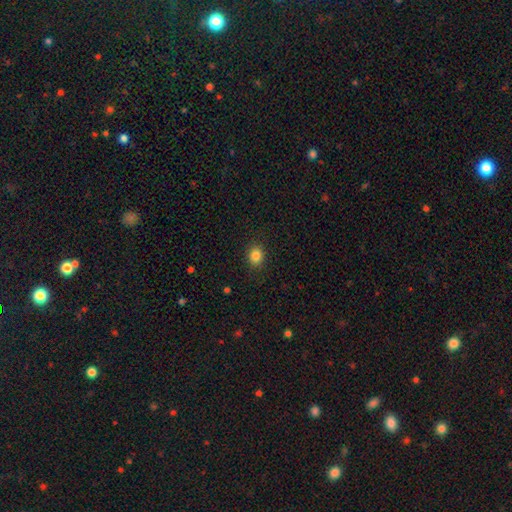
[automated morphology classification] Smooth or featured? Predicted: smooth (p=0.85). How rounded? Predicted: round (p=0.61). Merging? Predicted: none (p=0.89).